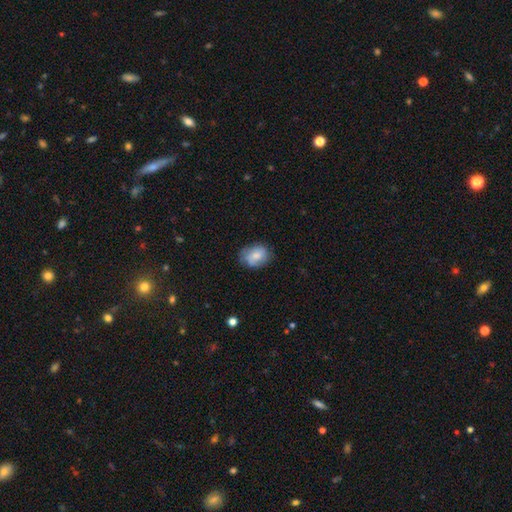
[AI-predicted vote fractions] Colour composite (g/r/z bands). It shows a smooth galaxy with no disk features (69%) that is in between round and cigar-shaped (60%). Merging: none (68%).